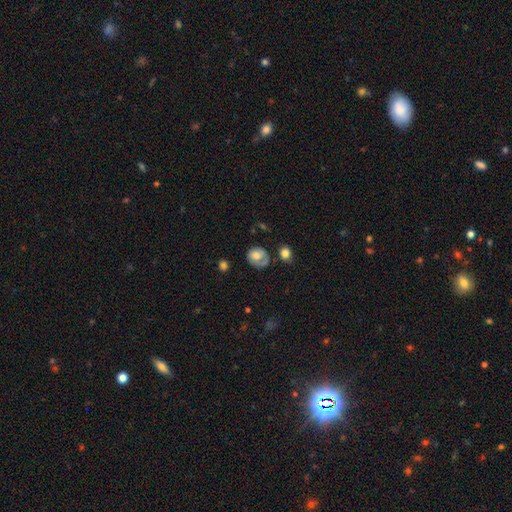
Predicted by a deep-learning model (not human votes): A smooth galaxy with no disk features (61%) that is round (63%).

Vote fractions:
- Smooth or featured? smooth: 61% / featured or disk: 31% / star or artifact: 8%
- How rounded? round: 63% / in between: 36% / cigar-shaped: 1%
- Merging? none: 52% / minor disturbance: 29% / major disturbance: 14% / merger: 5%